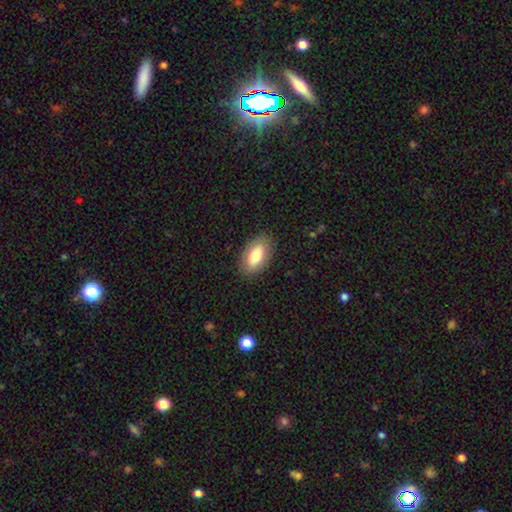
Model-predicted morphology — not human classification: This is likely a smooth galaxy (78%). How rounded: clearly in between (92%). Merging: clearly none (86%).